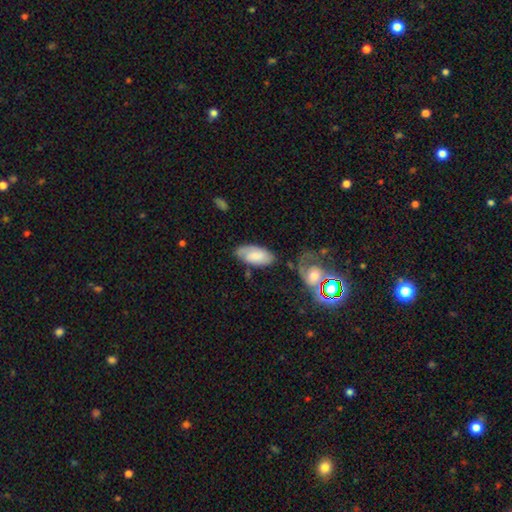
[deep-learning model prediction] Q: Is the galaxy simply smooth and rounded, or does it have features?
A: smooth — 58%.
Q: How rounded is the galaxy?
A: in between — 91%.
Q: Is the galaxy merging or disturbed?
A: none — 66%.